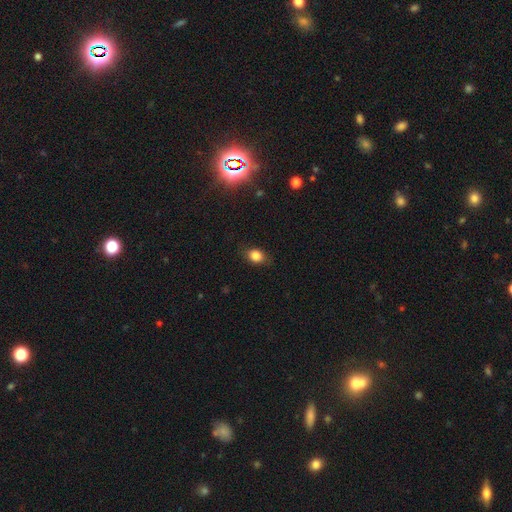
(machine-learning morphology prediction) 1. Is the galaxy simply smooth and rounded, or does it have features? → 82% smooth, 11% star or artifact, 7% featured or disk.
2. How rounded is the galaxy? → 58% in between, 41% round, 2% cigar-shaped.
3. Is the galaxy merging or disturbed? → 80% none, 15% minor disturbance, 4% major disturbance, 1% merger.